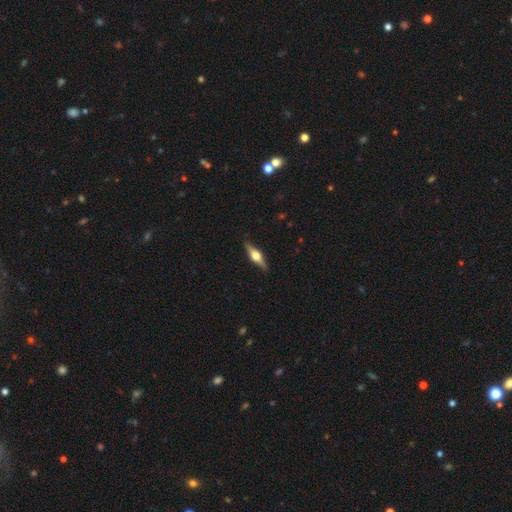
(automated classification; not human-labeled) featured or disk 69%, smooth 25%, star or artifact 6%. Down the decision tree: edge-on disk — yes (97%); edge-on bulge — rounded (95%); merging — none (90%).